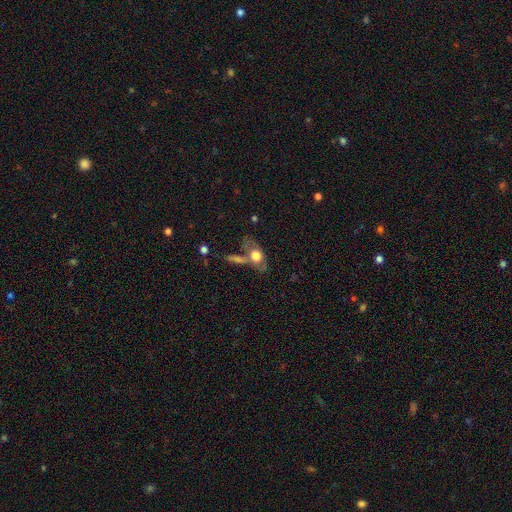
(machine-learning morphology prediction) Q: Smooth or featured?
A: smooth (56%); runner-up: featured or disk (36%)
Q: How rounded?
A: in between (71%); runner-up: round (19%)
Q: Merging?
A: none (40%); runner-up: merger (33%)